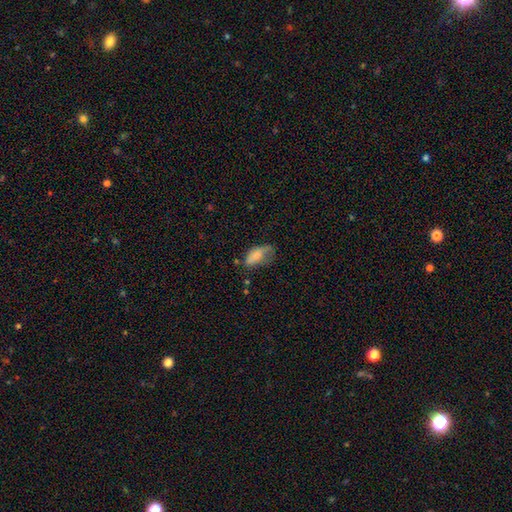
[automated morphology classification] Smooth or featured: smooth — 76% (featured or disk — 16%)
How rounded: in between — 89% (cigar-shaped — 7%)
Merging: minor disturbance — 34% (none — 32%)